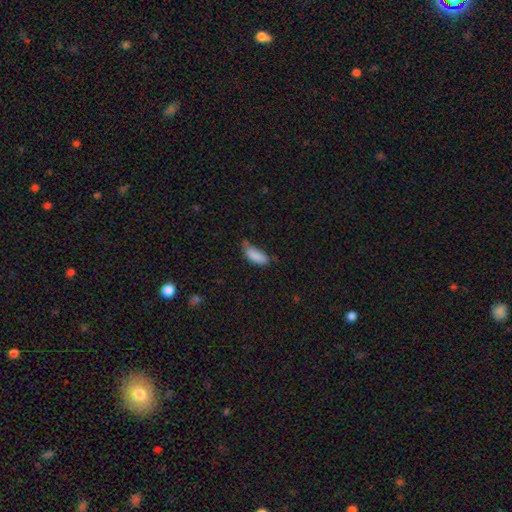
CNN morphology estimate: Overall: smooth (86%). How rounded: in between (82%). Merging: none (43%; minor disturbance 41%).